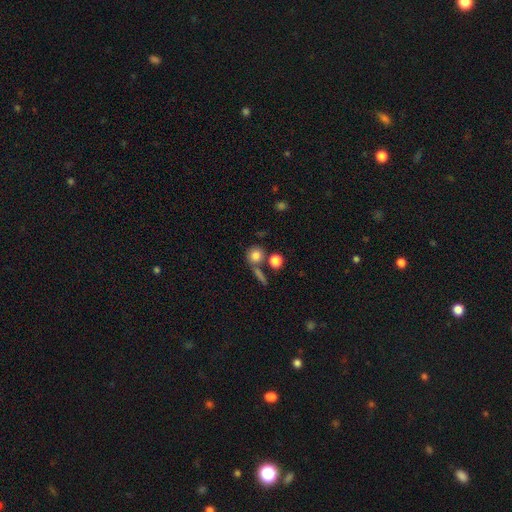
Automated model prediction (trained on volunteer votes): Smooth or featured? smooth (79%)
How rounded? round (86%)
Merging? none (64%)